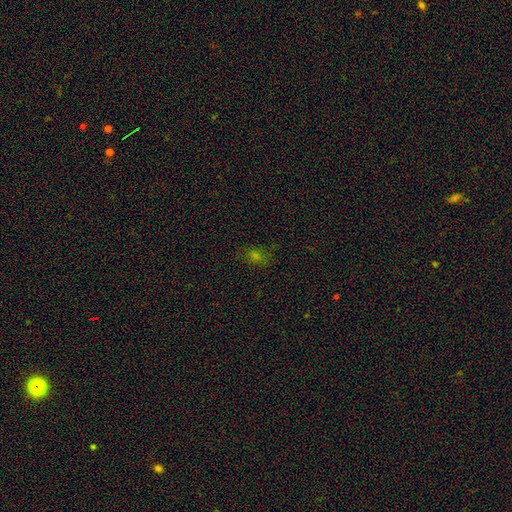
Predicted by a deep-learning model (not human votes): This appears to be a smooth galaxy with no disk features (47%). Merging: none (73%).